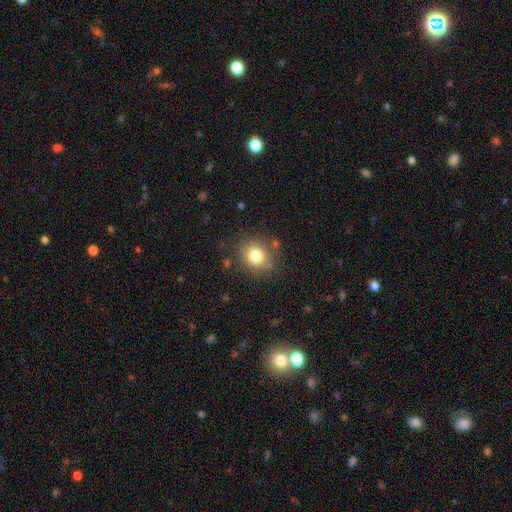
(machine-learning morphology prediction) smooth-or-featured: smooth: 79% | star or artifact: 12% | featured or disk: 9%
  how-rounded: round: 79% | in between: 20% | cigar-shaped: 1%
  merging: none: 82% | minor disturbance: 11% | major disturbance: 4% | merger: 3%